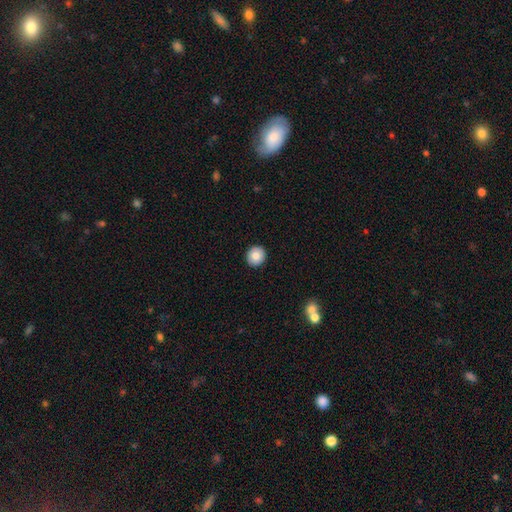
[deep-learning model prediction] Overall: smooth (82%). How rounded: round (92%). Merging: none (93%).